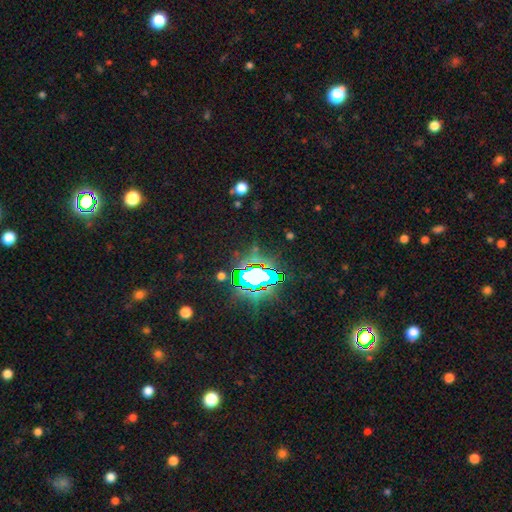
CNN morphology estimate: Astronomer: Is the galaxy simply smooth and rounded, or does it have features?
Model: star or artifact — 81%.